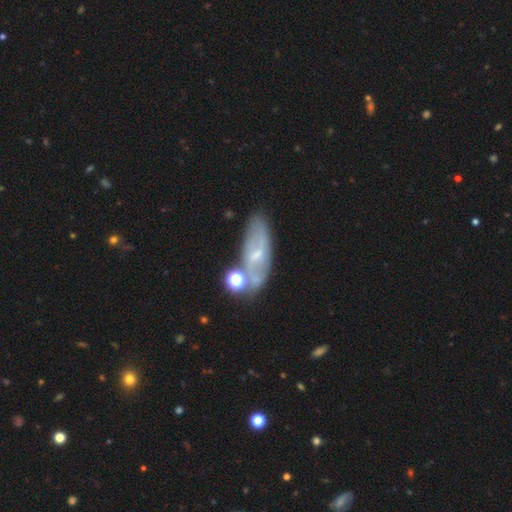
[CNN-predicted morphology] Overall: featured or disk (57%; smooth 32%). Edge-on disk: no (81%). Merging: none (56%; minor disturbance 21%).